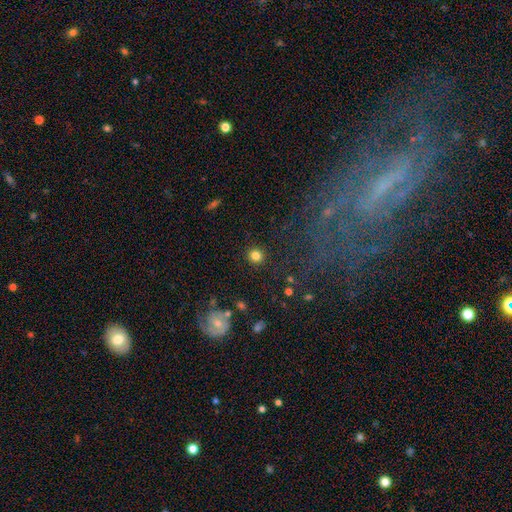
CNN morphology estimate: This appears to be a smooth galaxy with no disk features (82%) that is round (92%). Merging: none (91%).